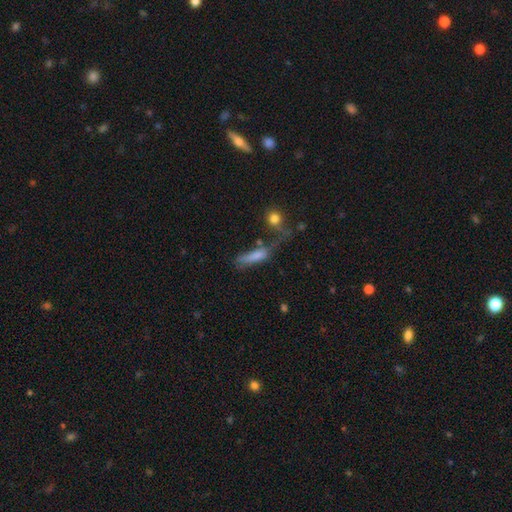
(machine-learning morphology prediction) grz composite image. It shows a smooth galaxy with no disk features (72%) that is cigar-shaped (61%). Merging: none (36%).